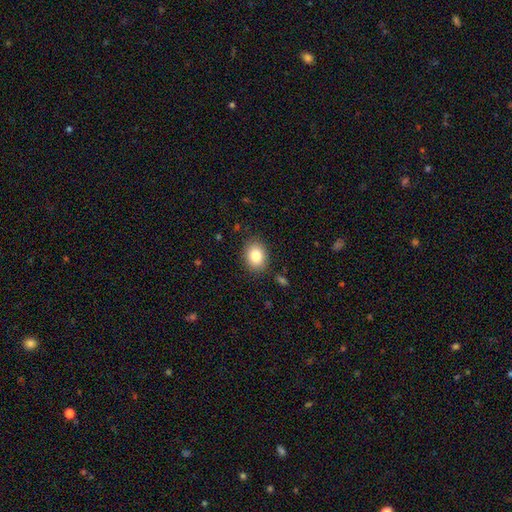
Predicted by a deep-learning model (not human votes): The model was most divided on "how rounded": in between: 58%, round: 41%, cigar-shaped: 1%. More confident: merging — none (86%); smooth or featured — smooth (84%).